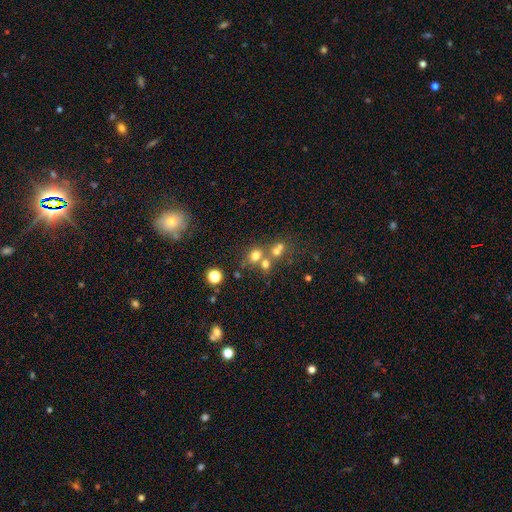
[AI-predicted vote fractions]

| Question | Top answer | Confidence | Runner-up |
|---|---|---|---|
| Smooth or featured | smooth | 64% | star or artifact (21%) |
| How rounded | round | 71% | in between (28%) |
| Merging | none | 46% | merger (39%) |